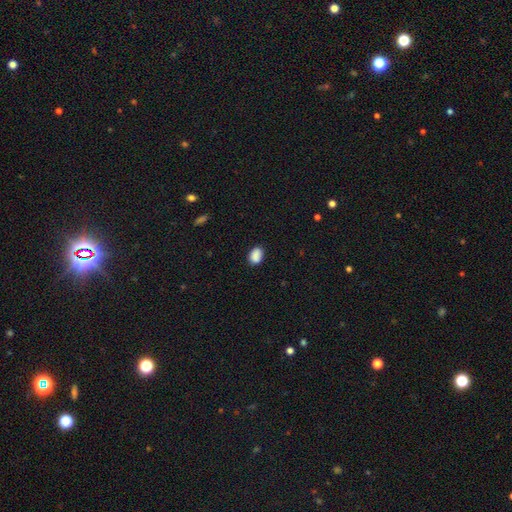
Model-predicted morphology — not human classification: A smooth galaxy with no disk features (88%) that is in between round and cigar-shaped (79%).

Vote fractions:
- Smooth or featured? smooth: 88% / star or artifact: 8% / featured or disk: 4%
- How rounded? in between: 79% / round: 20% / cigar-shaped: 1%
- Merging? none: 79% / minor disturbance: 16% / major disturbance: 3% / merger: 3%